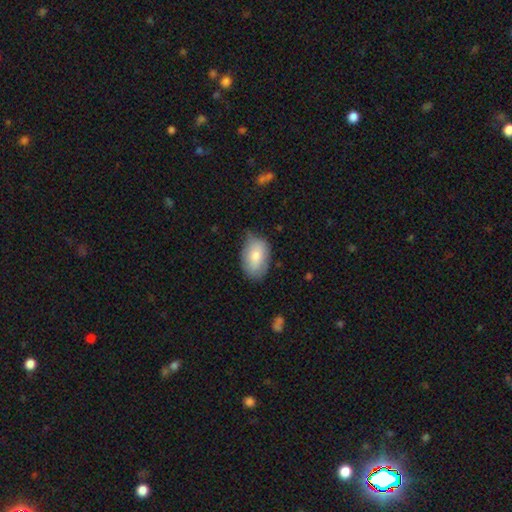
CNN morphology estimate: Smooth or featured: smooth — 76% (featured or disk — 17%)
How rounded: in between — 90% (round — 9%)
Merging: none — 64% (minor disturbance — 29%)